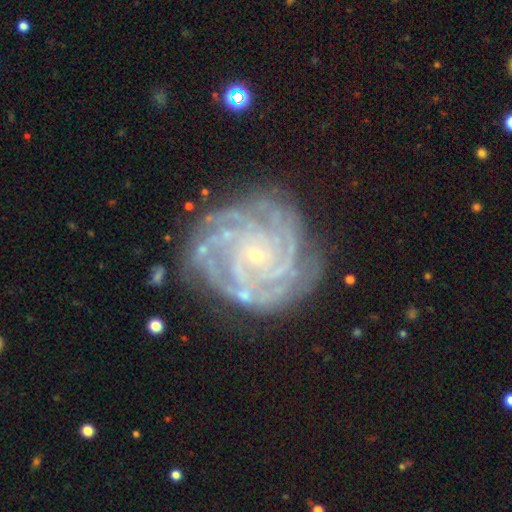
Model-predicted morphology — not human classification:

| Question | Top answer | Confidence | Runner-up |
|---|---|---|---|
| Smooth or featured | featured or disk | 89% | star or artifact (6%) |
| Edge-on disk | no | 98% | yes (2%) |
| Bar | no | 76% | weak (17%) |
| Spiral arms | yes | 98% | no (2%) |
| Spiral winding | tight | 79% | medium (18%) |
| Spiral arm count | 4 | 29% | can't tell (19%) |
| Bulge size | small | 87% | moderate (9%) |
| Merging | none | 77% | minor disturbance (16%) |